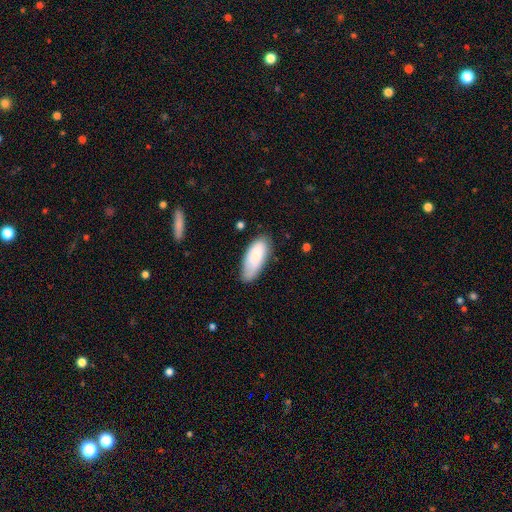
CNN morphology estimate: smooth_or_featured: smooth (p=0.79) [alt: featured or disk p=0.15]
how_rounded: in between (p=0.82) [alt: cigar-shaped p=0.16]
merging: none (p=0.66) [alt: minor disturbance p=0.26]